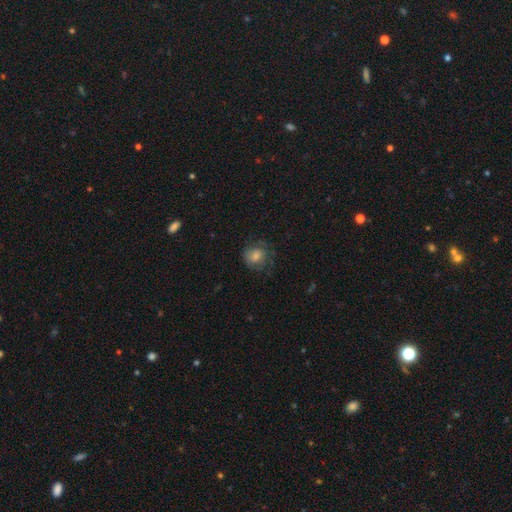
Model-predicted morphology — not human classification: A smooth galaxy with no disk features (55%) that is round (75%).

Vote fractions:
- Smooth or featured? smooth: 55% / featured or disk: 30% / star or artifact: 15%
- How rounded? round: 75% / in between: 24% / cigar-shaped: 1%
- Merging? none: 65% / minor disturbance: 20% / major disturbance: 14% / merger: 1%